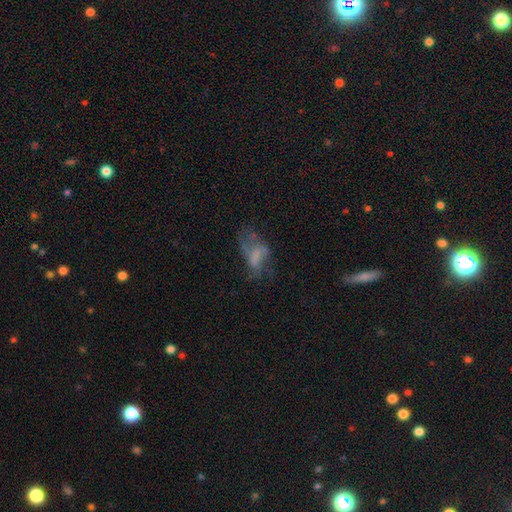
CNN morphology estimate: featured or disk 47%, smooth 38%, star or artifact 15%. Down the decision tree: merging — major disturbance (40%).